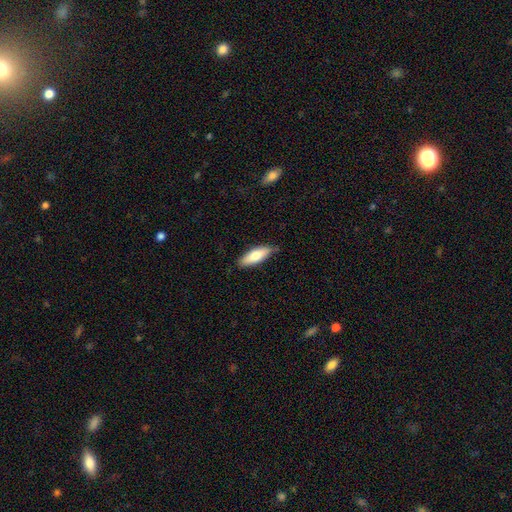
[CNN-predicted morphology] The model was most divided on "how rounded": in between: 61%, cigar-shaped: 38%, round: 2%. More confident: merging — none (81%); smooth or featured — smooth (76%).